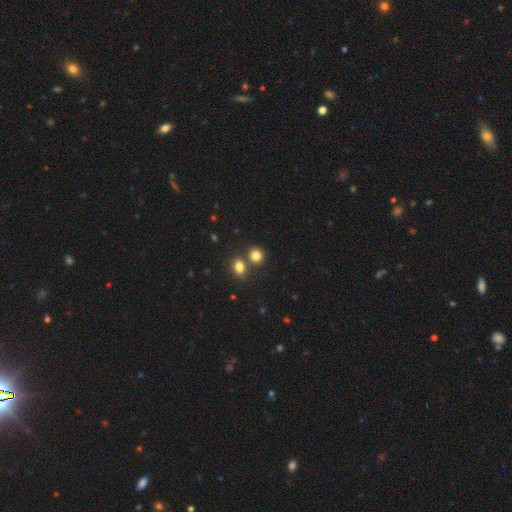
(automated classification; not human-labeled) smooth 82%, star or artifact 12%, featured or disk 6%. Down the decision tree: how rounded — round (74%); merging — none (61%).